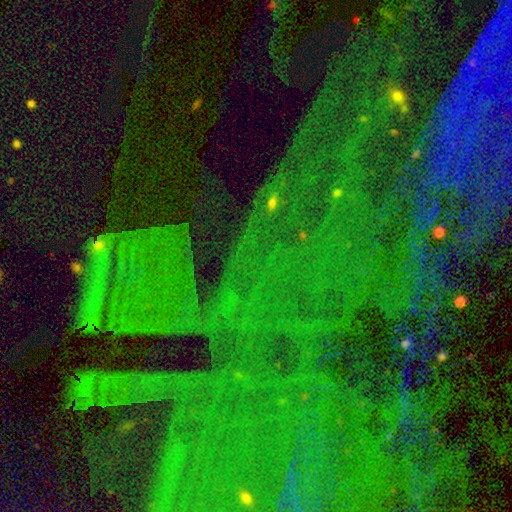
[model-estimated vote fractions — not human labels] Morphology: type=star or artifact (82%).